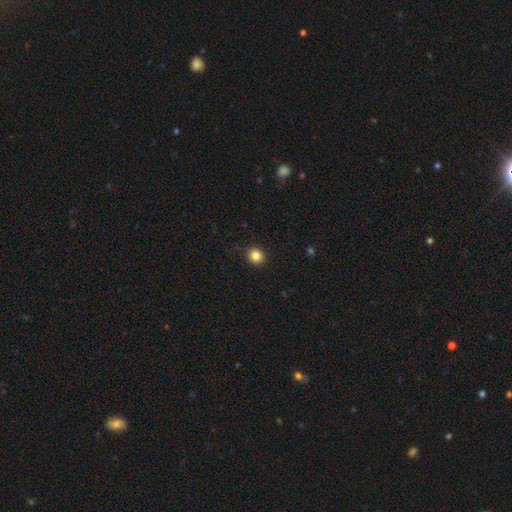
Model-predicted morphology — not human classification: smooth-or-featured: smooth: 84% | star or artifact: 11% | featured or disk: 5%
  how-rounded: round: 86% | in between: 13% | cigar-shaped: 1%
  merging: none: 91% | minor disturbance: 6% | major disturbance: 2% | merger: 1%